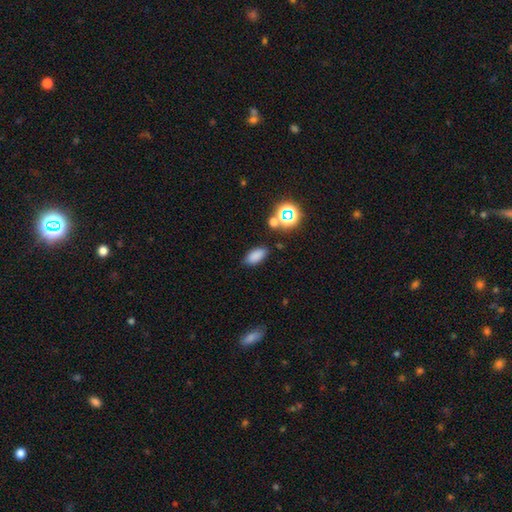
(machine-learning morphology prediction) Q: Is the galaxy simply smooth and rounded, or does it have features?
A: smooth — 80%.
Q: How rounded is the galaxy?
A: in between — 88%.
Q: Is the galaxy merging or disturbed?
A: none — 82%.